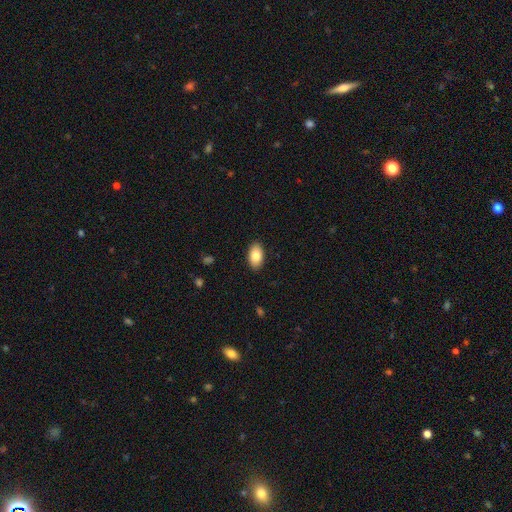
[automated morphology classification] This is clearly a smooth galaxy (83%). How rounded: clearly in between (94%). Merging: clearly none (89%).